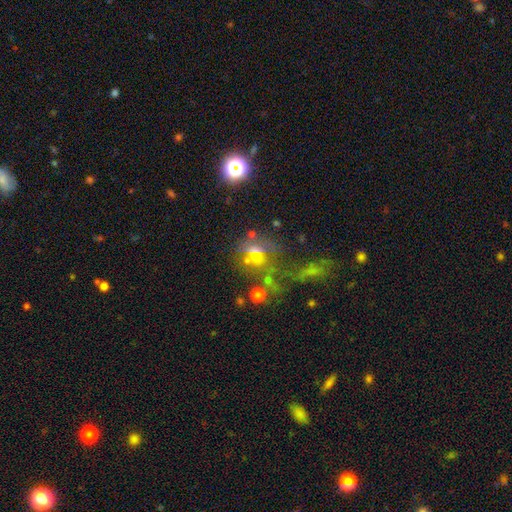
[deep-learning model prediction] Morphology: type=smooth (43%); merging=none (41%).